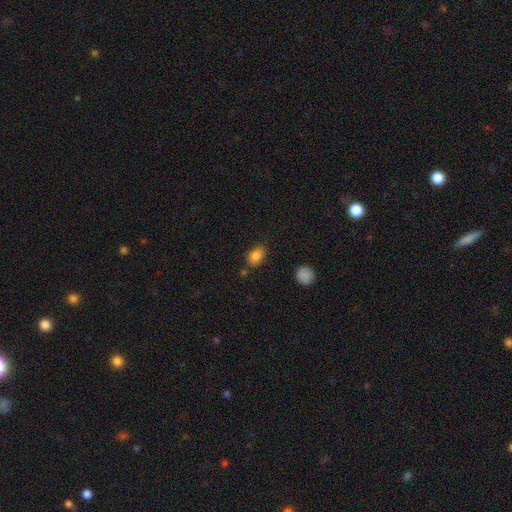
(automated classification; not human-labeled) Smooth or featured?
  - smooth: 85% *
  - star or artifact: 10%
  - featured or disk: 5%
How rounded?
  - in between: 76% *
  - round: 23%
  - cigar-shaped: 1%
Merging?
  - none: 74% *
  - minor disturbance: 17%
  - merger: 5%
  - major disturbance: 4%